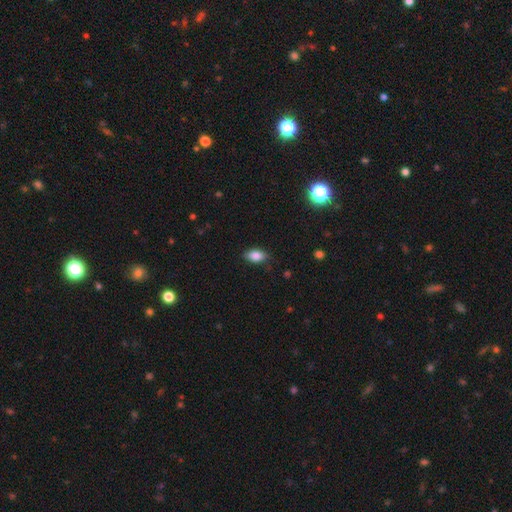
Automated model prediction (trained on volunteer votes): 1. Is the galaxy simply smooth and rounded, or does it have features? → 84% smooth, 8% star or artifact, 7% featured or disk.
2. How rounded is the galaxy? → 89% in between, 6% round, 5% cigar-shaped.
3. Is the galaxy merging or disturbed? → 80% none, 16% minor disturbance, 3% major disturbance, 1% merger.